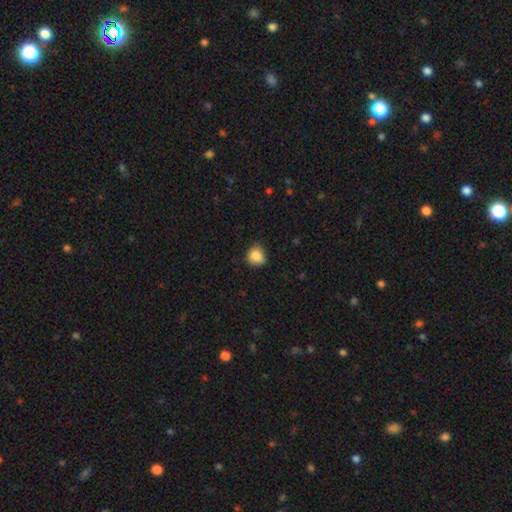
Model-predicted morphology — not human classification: The model was most divided on "merging": none: 71%, minor disturbance: 24%, major disturbance: 4%, merger: 2%. More confident: smooth or featured — smooth (84%); how rounded — round (76%).